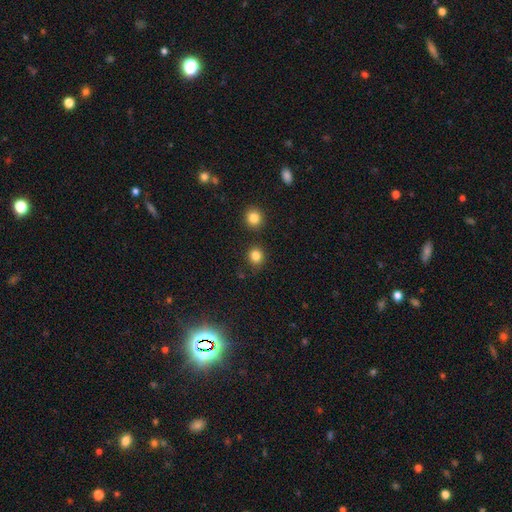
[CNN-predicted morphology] This appears to be a smooth galaxy with no disk features (83%) that is round (84%). Merging: none (84%).